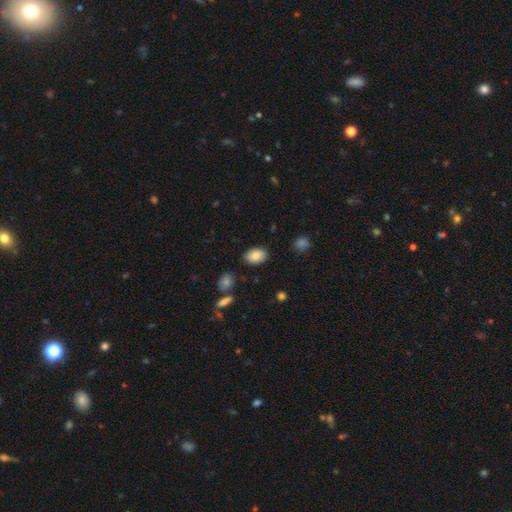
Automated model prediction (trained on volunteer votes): Morphology: type=smooth (84%); roundness=in between (87%); merging=none (84%).